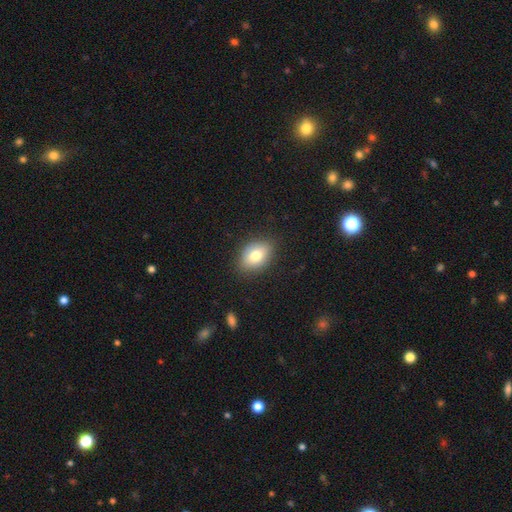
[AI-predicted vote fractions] Morphology: type=smooth (77%); roundness=in between (75%); merging=none (84%).